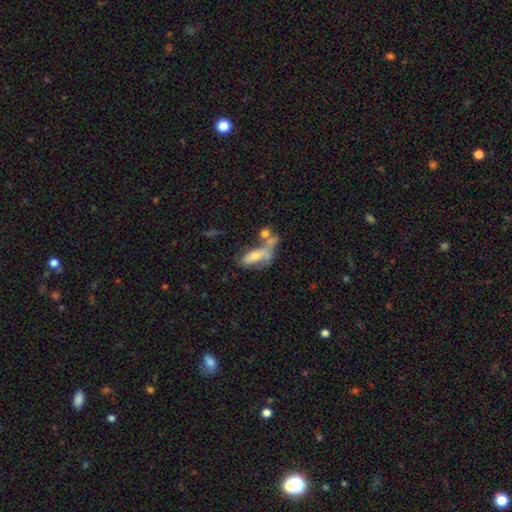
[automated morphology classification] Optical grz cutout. It shows a smooth galaxy with no disk features (52%) that is in between round and cigar-shaped (72%). Merging: merger (38%).